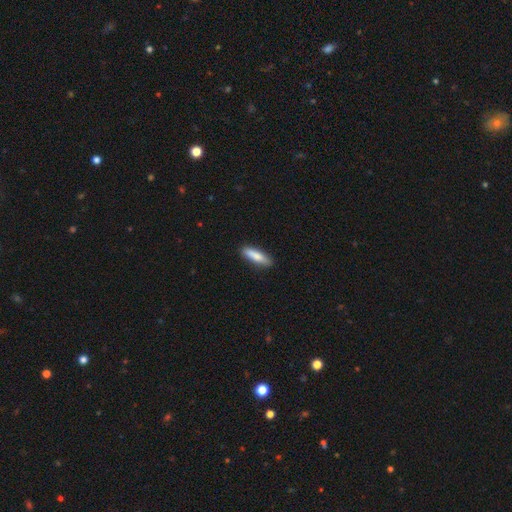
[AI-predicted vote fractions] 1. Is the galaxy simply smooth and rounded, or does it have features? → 80% smooth, 15% featured or disk, 6% star or artifact.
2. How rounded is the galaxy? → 70% cigar-shaped, 28% in between, 2% round.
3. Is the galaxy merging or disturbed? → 88% none, 9% minor disturbance, 2% major disturbance, 1% merger.